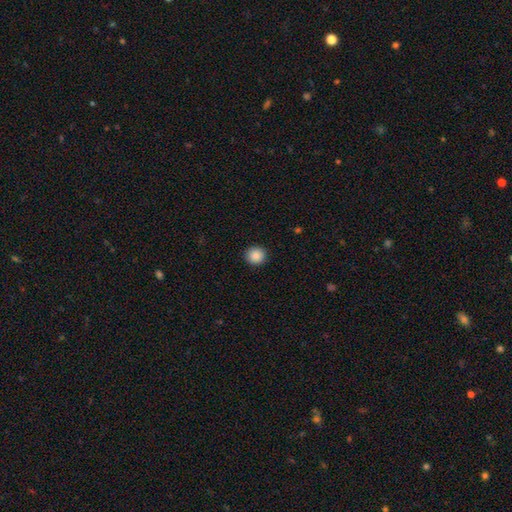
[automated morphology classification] Q: Smooth or featured?
A: smooth (88%); runner-up: star or artifact (9%)
Q: How rounded?
A: round (90%); runner-up: in between (9%)
Q: Merging?
A: none (92%); runner-up: minor disturbance (5%)